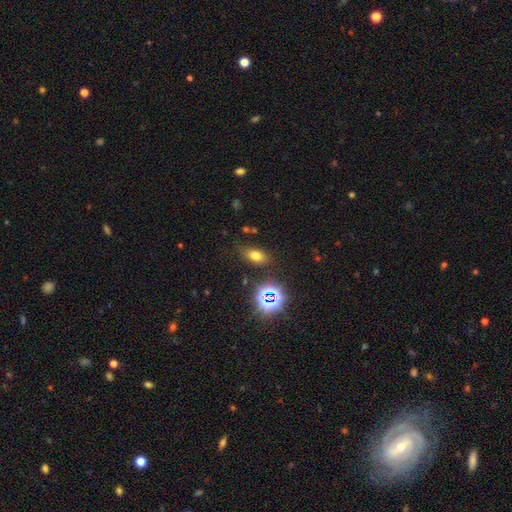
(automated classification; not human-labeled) Smooth or featured? Predicted: smooth (p=0.65). How rounded? Predicted: in between (p=0.82). Merging? Predicted: none (p=0.81).